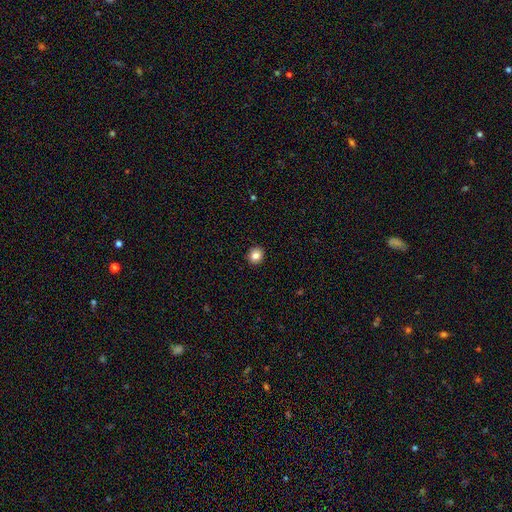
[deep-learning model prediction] smooth-or-featured: smooth: 85% | star or artifact: 10% | featured or disk: 6%
  how-rounded: round: 90% | in between: 9% | cigar-shaped: 1%
  merging: none: 93% | minor disturbance: 4% | major disturbance: 1% | merger: 1%